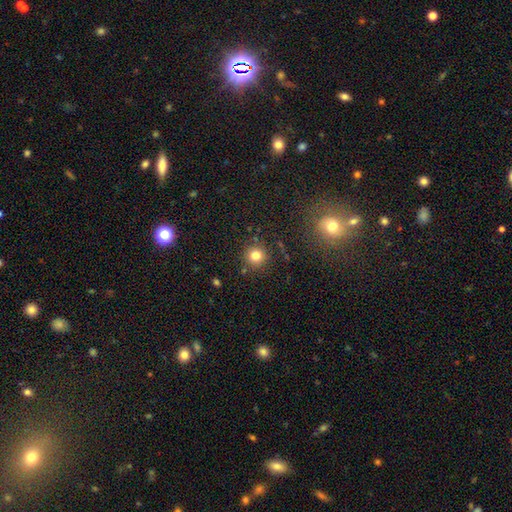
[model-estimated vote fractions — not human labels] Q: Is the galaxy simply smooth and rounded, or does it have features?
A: smooth — 79%.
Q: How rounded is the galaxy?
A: round — 94%.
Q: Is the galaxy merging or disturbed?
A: none — 86%.